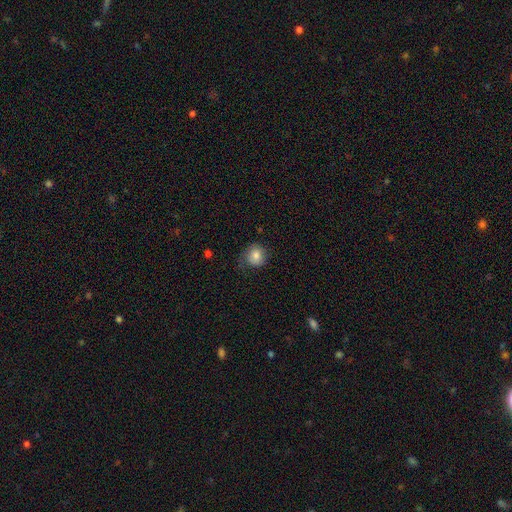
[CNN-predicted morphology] Smooth or featured? smooth (80%)
How rounded? round (81%)
Merging? none (63%)